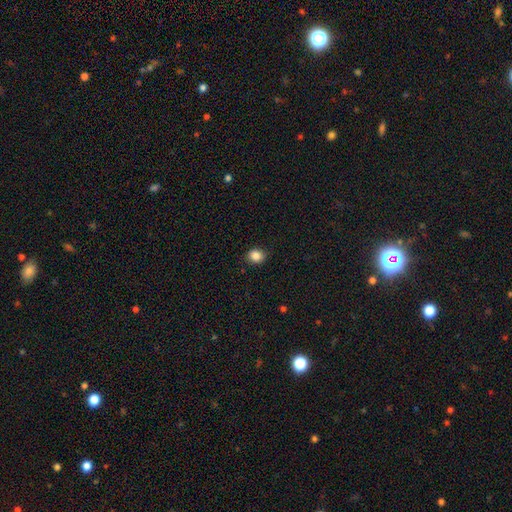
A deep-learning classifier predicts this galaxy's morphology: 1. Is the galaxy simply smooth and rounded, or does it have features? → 85% smooth, 10% star or artifact, 4% featured or disk.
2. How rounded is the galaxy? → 69% round, 30% in between, 1% cigar-shaped.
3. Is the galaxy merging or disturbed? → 88% none, 9% minor disturbance, 2% major disturbance, 1% merger.